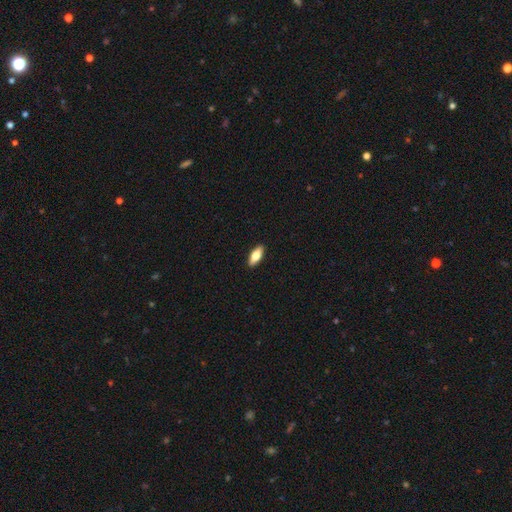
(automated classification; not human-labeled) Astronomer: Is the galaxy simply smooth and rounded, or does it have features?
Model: smooth — 69%.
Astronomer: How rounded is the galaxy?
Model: in between — 74%.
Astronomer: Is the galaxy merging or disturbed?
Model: none — 91%.